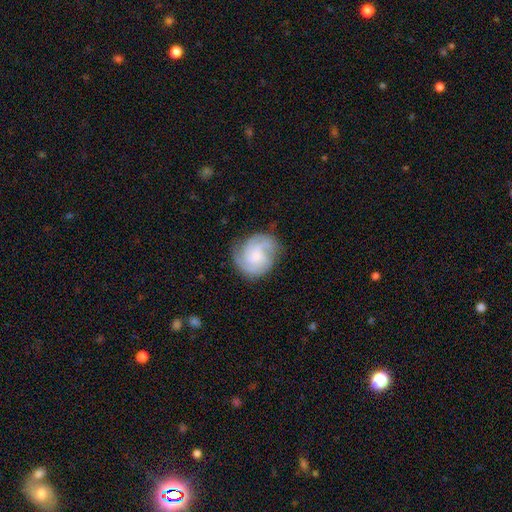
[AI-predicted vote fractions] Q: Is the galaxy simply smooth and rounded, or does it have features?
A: featured or disk — 79%.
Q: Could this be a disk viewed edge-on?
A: no — 98%.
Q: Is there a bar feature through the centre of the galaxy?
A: no — 64%.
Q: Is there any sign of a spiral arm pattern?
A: yes — 97%.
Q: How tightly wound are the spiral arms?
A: tight — 51%.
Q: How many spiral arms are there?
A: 3 — 50%.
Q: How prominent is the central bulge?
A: small — 36%.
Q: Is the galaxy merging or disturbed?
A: none — 78%.